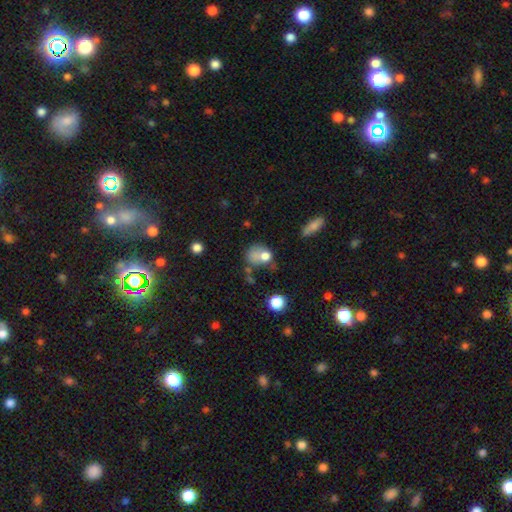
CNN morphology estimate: smooth_or_featured: smooth (p=0.70) [alt: featured or disk p=0.18]
how_rounded: round (p=0.50) [alt: in between p=0.49]
merging: none (p=0.28) [alt: major disturbance p=0.26]